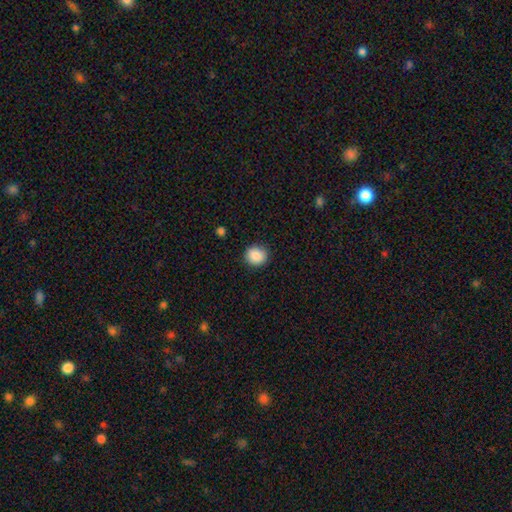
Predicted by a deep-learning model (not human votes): This appears to be a smooth galaxy with no disk features (89%) that is round (79%). Merging: none (89%).